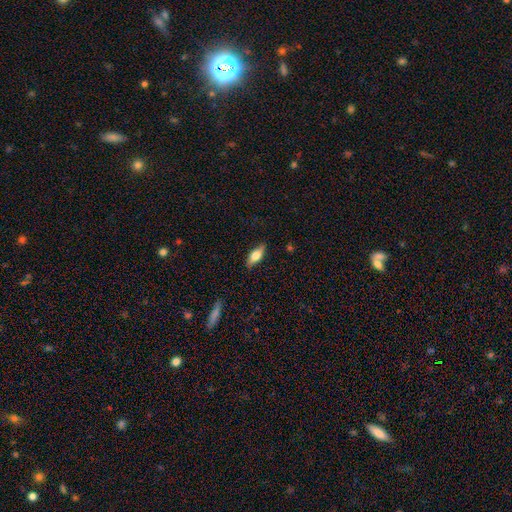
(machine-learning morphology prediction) Overall: smooth (64%; featured or disk 29%). How rounded: in between (71%). Merging: none (83%).